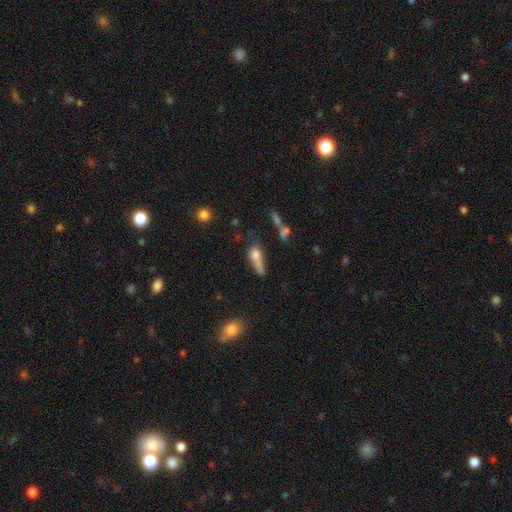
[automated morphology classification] A smooth galaxy with no disk features (65%) that is in between round and cigar-shaped (51%).

Vote fractions:
- Smooth or featured? smooth: 65% / featured or disk: 22% / star or artifact: 12%
- How rounded? in between: 51% / cigar-shaped: 35% / round: 13%
- Merging? none: 29% / major disturbance: 24% / merger: 24% / minor disturbance: 23%